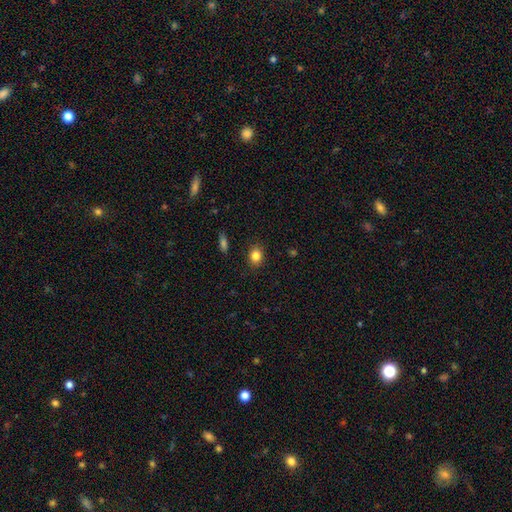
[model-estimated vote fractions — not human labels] smooth-or-featured: smooth: 84% | star or artifact: 10% | featured or disk: 6%
  how-rounded: in between: 50% | round: 49% | cigar-shaped: 1%
  merging: none: 88% | minor disturbance: 9% | major disturbance: 2% | merger: 1%